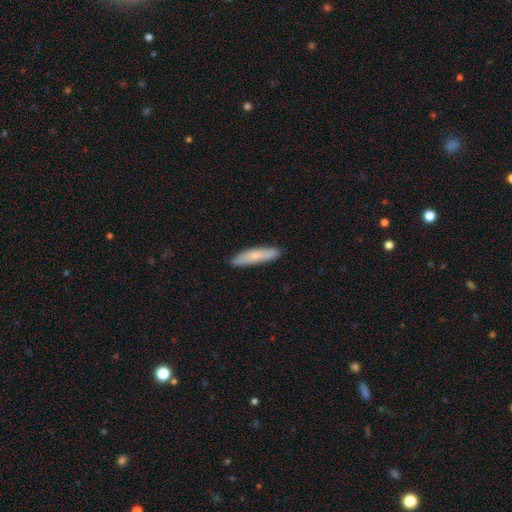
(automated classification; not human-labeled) A smooth galaxy with no disk features (73%) that is cigar-shaped (82%).

Vote fractions:
- Smooth or featured? smooth: 73% / featured or disk: 21% / star or artifact: 6%
- How rounded? cigar-shaped: 82% / in between: 17% / round: 1%
- Merging? none: 88% / minor disturbance: 9% / major disturbance: 2% / merger: 1%